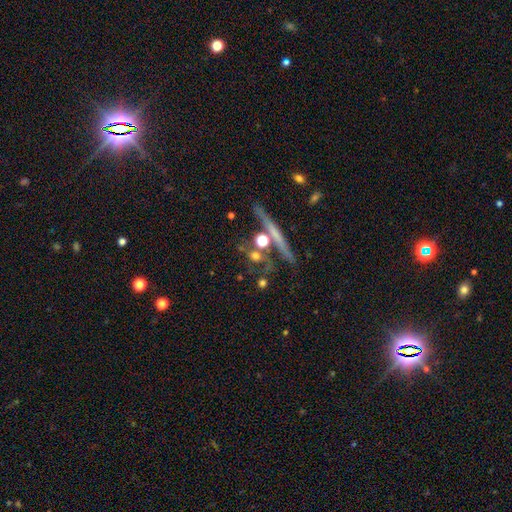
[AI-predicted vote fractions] A smooth galaxy with no disk features (51%) that is round (71%).

Vote fractions:
- Smooth or featured? smooth: 51% / featured or disk: 31% / star or artifact: 17%
- How rounded? round: 71% / cigar-shaped: 16% / in between: 13%
- Merging? none: 65% / merger: 17% / minor disturbance: 12% / major disturbance: 7%